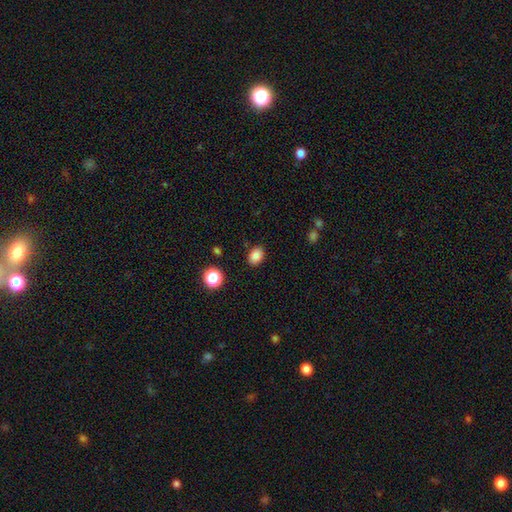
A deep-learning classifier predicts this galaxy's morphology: Smooth or featured? Predicted: smooth (p=0.85). How rounded? Predicted: in between (p=0.68). Merging? Predicted: none (p=0.86).